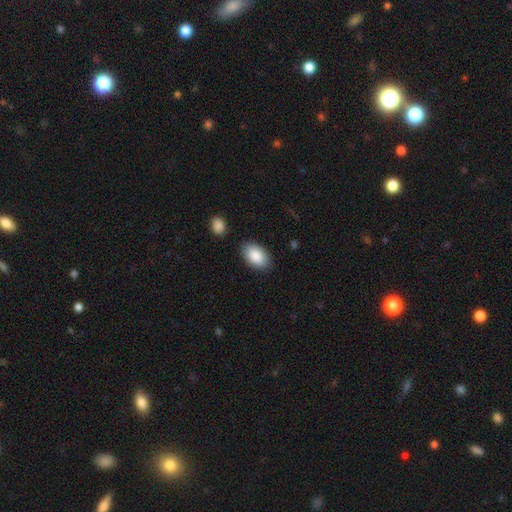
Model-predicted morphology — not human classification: smooth-or-featured: smooth: 88% | featured or disk: 6% | star or artifact: 6%
  how-rounded: in between: 94% | round: 5% | cigar-shaped: 1%
  merging: none: 84% | minor disturbance: 10% | merger: 3% | major disturbance: 2%